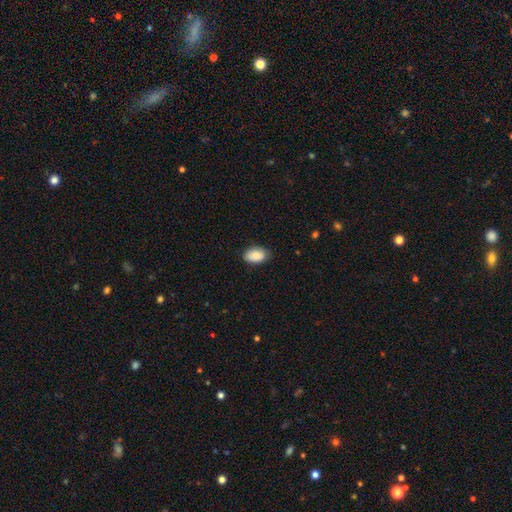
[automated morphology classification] Overall: smooth (87%). How rounded: in between (91%). Merging: none (80%).